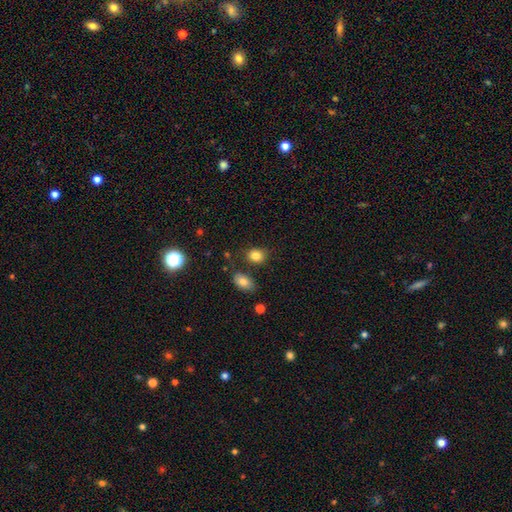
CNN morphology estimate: This is clearly a smooth galaxy (83%). How rounded: possibly in between (53%). Merging: likely none (75%).